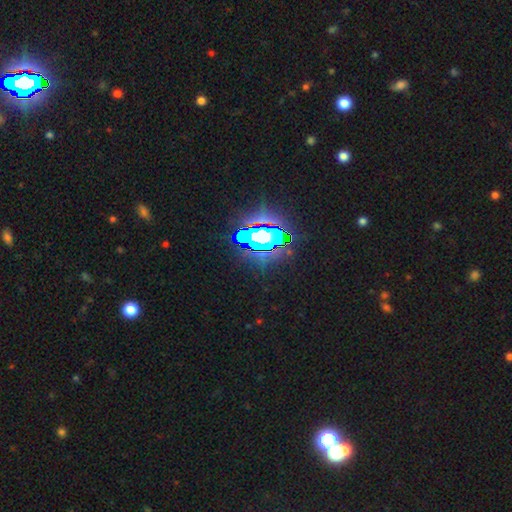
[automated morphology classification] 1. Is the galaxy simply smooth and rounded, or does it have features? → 82% star or artifact, 11% smooth, 7% featured or disk.